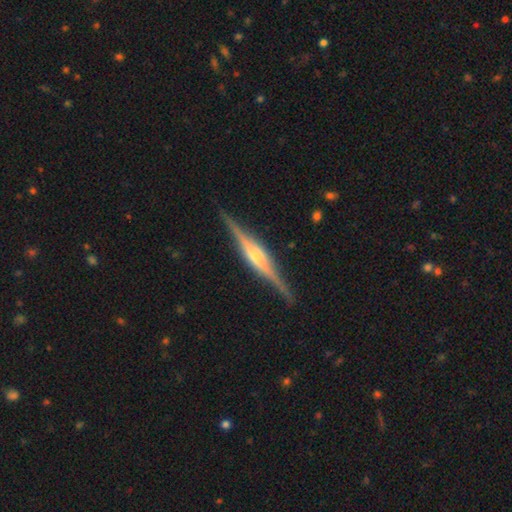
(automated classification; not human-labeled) The model was most divided on "edge-on bulge": rounded: 70%, boxy: 23%, none: 6%. More confident: edge-on disk — yes (98%); merging — none (89%); smooth or featured — featured or disk (85%).